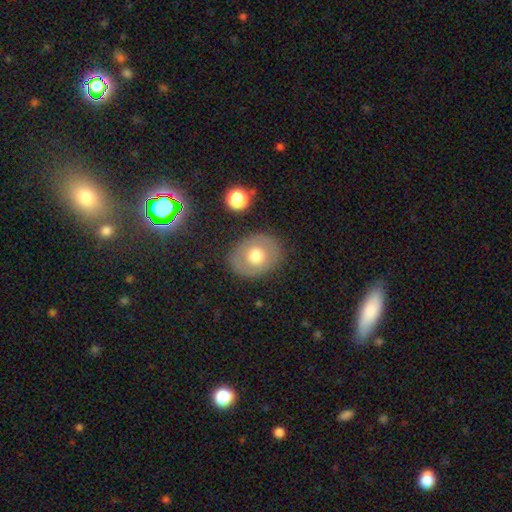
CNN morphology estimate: Smooth or featured? Predicted: smooth (p=0.58). How rounded? Predicted: round (p=0.52). Merging? Predicted: none (p=0.83).